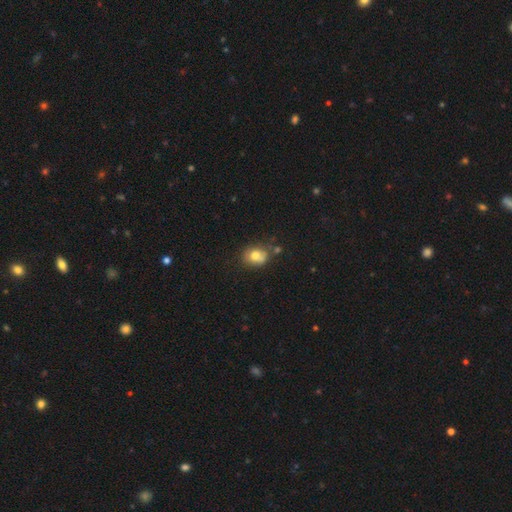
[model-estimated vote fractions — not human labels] Smooth or featured?
  - smooth: 73% *
  - featured or disk: 16%
  - star or artifact: 11%
How rounded?
  - round: 57% *
  - in between: 42%
  - cigar-shaped: 1%
Merging?
  - none: 57% *
  - minor disturbance: 21%
  - merger: 16%
  - major disturbance: 6%